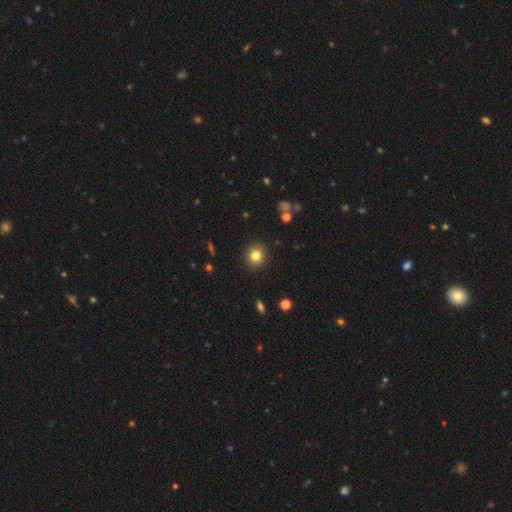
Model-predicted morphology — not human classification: The model was most divided on "smooth or featured": smooth: 81%, star or artifact: 11%, featured or disk: 7%. More confident: merging — none (91%); how rounded — round (86%).